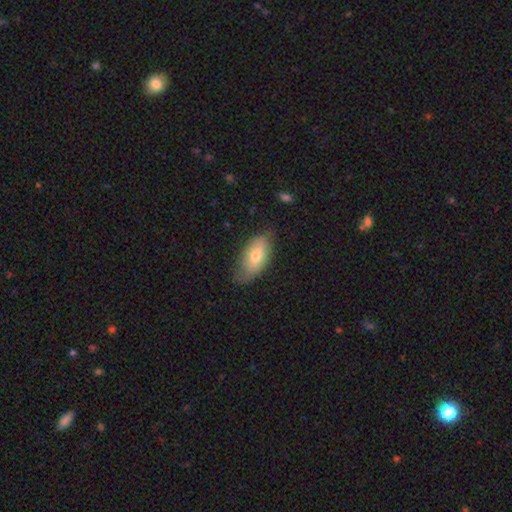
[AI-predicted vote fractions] Smooth or featured?
  - smooth: 71% *
  - featured or disk: 22%
  - star or artifact: 7%
How rounded?
  - in between: 90% *
  - cigar-shaped: 7%
  - round: 3%
Merging?
  - none: 68% *
  - minor disturbance: 25%
  - major disturbance: 5%
  - merger: 1%